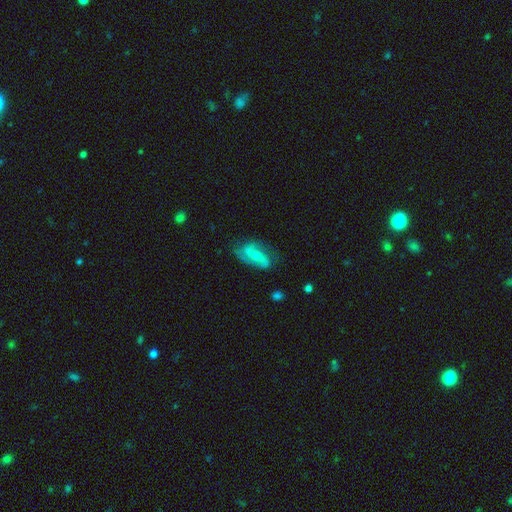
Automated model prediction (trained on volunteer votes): This is likely a featured or disk galaxy (73%). It is clearly not viewed edge-on (94%). Bar: marginally no (36%). Spiral arm pattern: clearly yes (91%). Spiral arm count: clearly 2 (86%). Spiral winding: possibly loose (46%). Central bulge: possibly small (52%). Merging: likely none (64%).